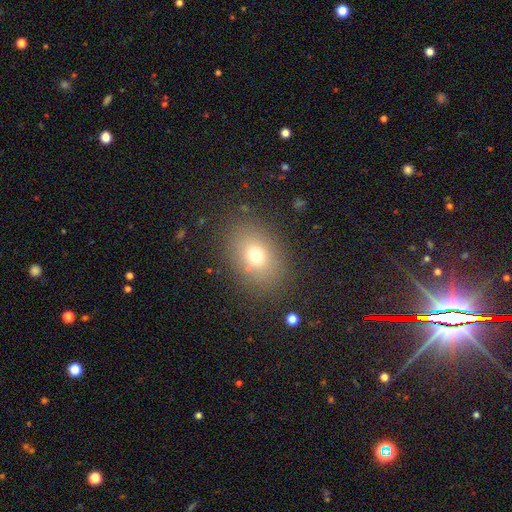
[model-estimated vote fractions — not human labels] A smooth galaxy with no disk features (71%) that is in between round and cigar-shaped (64%).

Vote fractions:
- Smooth or featured? smooth: 71% / star or artifact: 15% / featured or disk: 14%
- How rounded? in between: 64% / round: 35% / cigar-shaped: 1%
- Merging? none: 83% / minor disturbance: 10% / major disturbance: 5% / merger: 2%